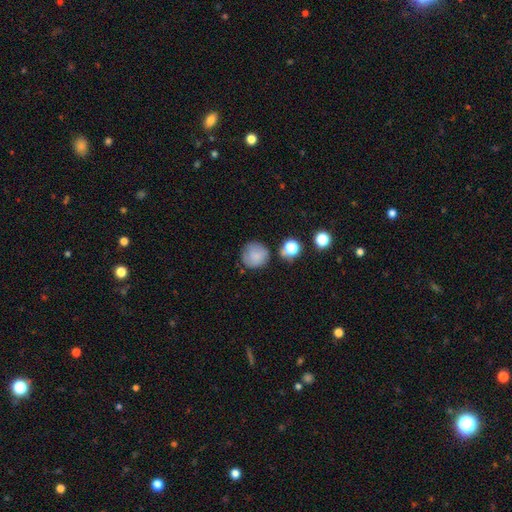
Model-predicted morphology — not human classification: Smooth or featured? smooth (79%)
How rounded? round (91%)
Merging? none (72%)